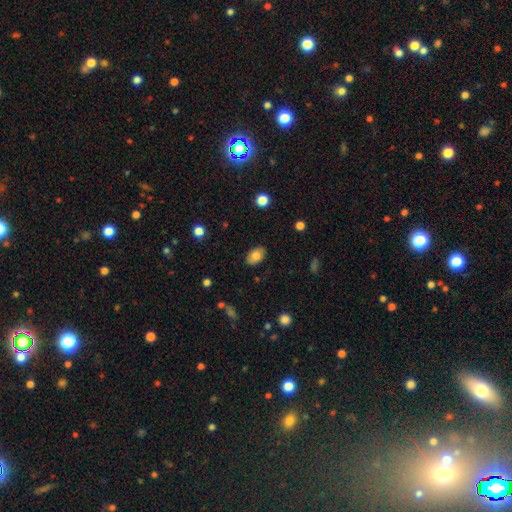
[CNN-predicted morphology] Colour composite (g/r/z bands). It shows a smooth galaxy with no disk features (79%) that is in between round and cigar-shaped (88%). Merging: none (85%).